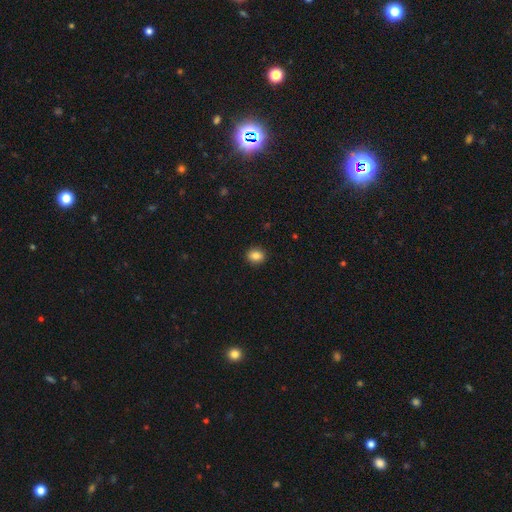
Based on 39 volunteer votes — Smooth or featured? 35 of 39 (90%) said smooth. How rounded? 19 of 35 (54%) said round. Merging? 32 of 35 (91%) said none.